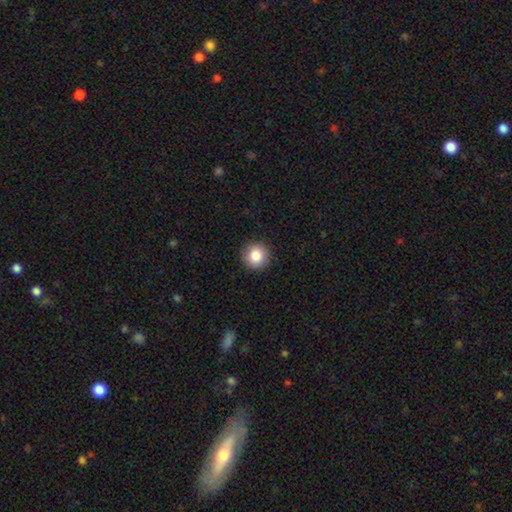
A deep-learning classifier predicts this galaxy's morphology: Smooth or featured?
  - smooth: 85% *
  - star or artifact: 9%
  - featured or disk: 5%
How rounded?
  - round: 94% *
  - in between: 5%
  - cigar-shaped: 1%
Merging?
  - none: 91% *
  - minor disturbance: 6%
  - major disturbance: 2%
  - merger: 1%